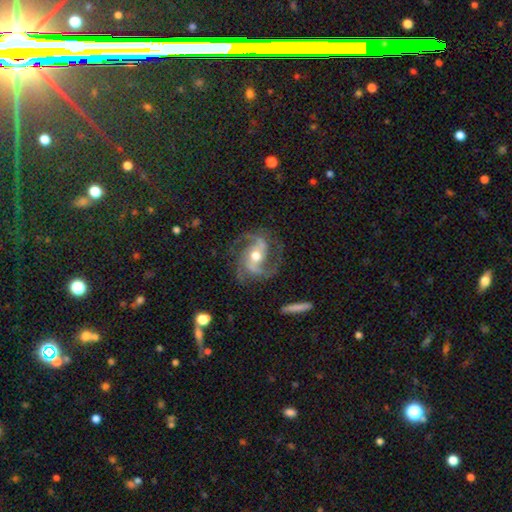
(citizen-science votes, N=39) smooth_or_featured: featured or disk (p=1.00)
disk_edge_on: no (p=1.00)
bar: weak (p=0.38) [alt: strong p=0.33]
has_spiral_arms: yes (p=1.00)
spiral_winding: medium (p=0.67) [alt: loose p=0.23]
spiral_arm_count: 2 (p=0.51) [alt: 3 p=0.41]
bulge_size: moderate (p=0.85) [alt: small p=0.10]
merging: none (p=0.64) [alt: minor disturbance p=0.28]